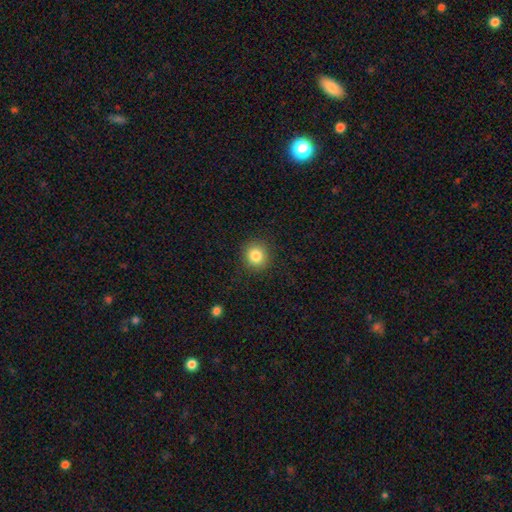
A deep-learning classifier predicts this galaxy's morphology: Smooth or featured? smooth (83%)
How rounded? round (89%)
Merging? none (90%)